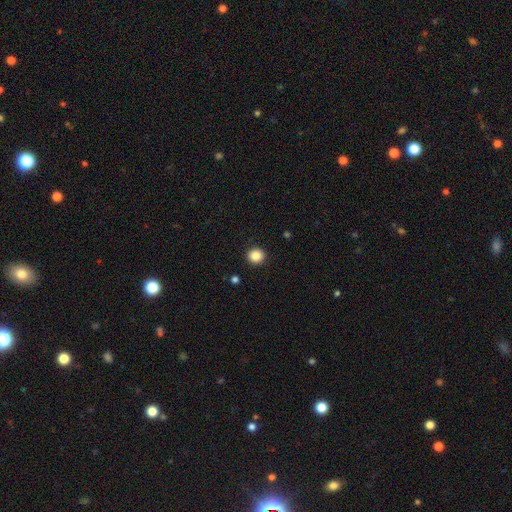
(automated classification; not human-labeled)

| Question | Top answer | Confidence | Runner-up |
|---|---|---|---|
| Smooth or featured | smooth | 86% | star or artifact (11%) |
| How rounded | round | 91% | in between (8%) |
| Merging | none | 93% | minor disturbance (4%) |